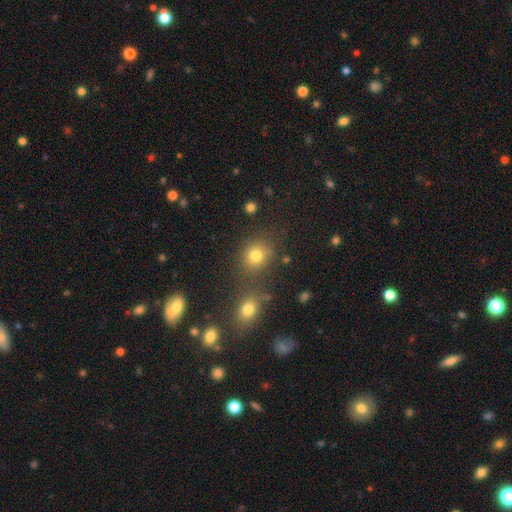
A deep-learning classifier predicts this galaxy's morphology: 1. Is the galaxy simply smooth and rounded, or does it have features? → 77% smooth, 16% star or artifact, 7% featured or disk.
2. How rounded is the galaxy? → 74% round, 25% in between, 1% cigar-shaped.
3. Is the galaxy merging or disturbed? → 72% none, 14% merger, 10% minor disturbance, 4% major disturbance.